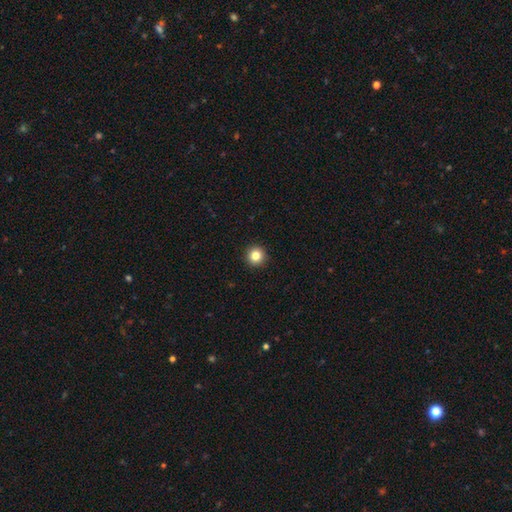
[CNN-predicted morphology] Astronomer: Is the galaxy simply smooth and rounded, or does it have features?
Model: smooth — 84%.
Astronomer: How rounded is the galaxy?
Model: round — 96%.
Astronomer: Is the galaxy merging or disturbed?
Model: none — 94%.